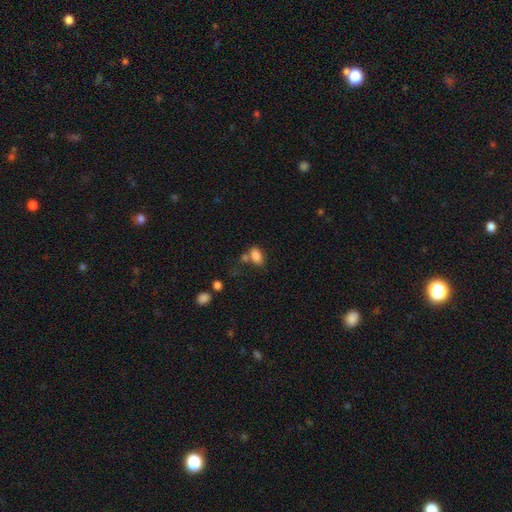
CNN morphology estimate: Smooth or featured? Predicted: smooth (p=0.83). How rounded? Predicted: in between (p=0.88). Merging? Predicted: none (p=0.52).